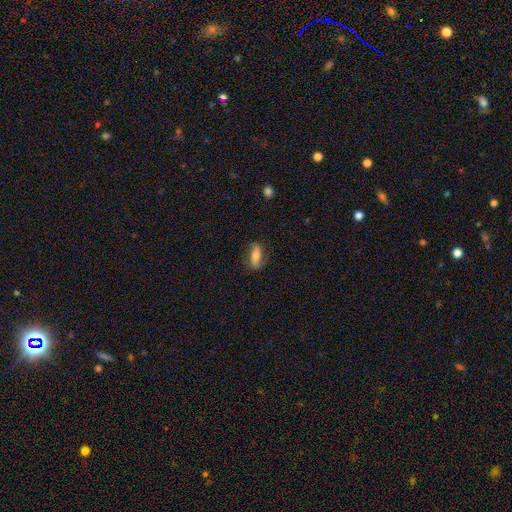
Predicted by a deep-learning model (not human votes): This is possibly a smooth galaxy (47%). Merging: likely none (78%).